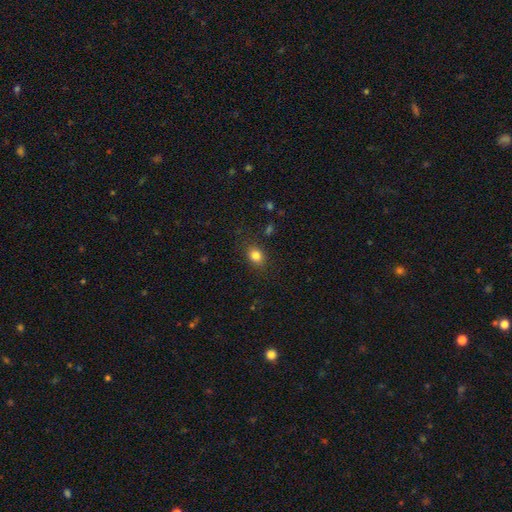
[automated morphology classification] Smooth or featured: smooth — 82% (star or artifact — 11%)
How rounded: in between — 53% (round — 46%)
Merging: none — 84% (minor disturbance — 11%)